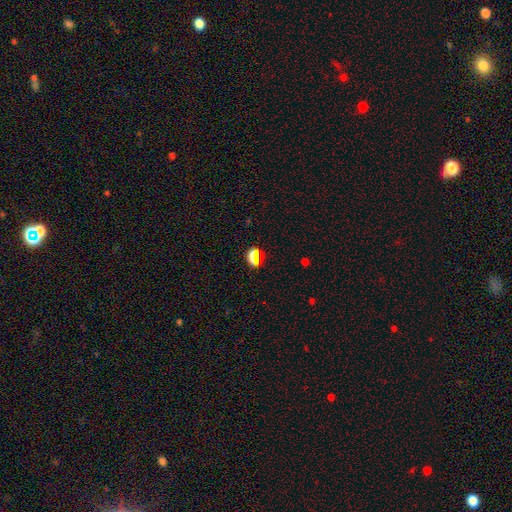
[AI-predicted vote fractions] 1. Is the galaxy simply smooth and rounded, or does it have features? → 47% star or artifact, 44% smooth, 9% featured or disk.